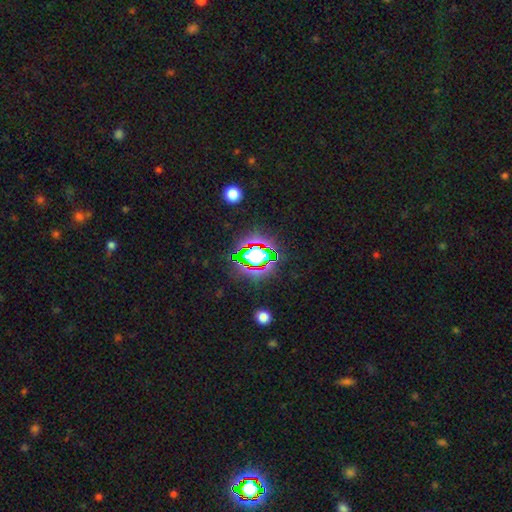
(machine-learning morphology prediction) Smooth or featured? Predicted: star or artifact (p=0.68).